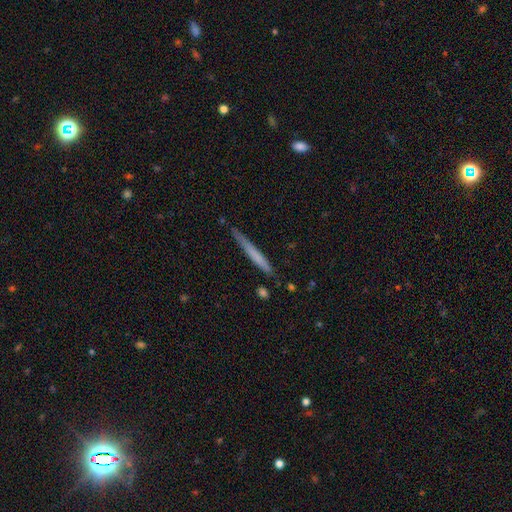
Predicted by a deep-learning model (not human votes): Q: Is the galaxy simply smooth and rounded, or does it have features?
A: smooth — 60%.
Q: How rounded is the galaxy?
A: cigar-shaped — 97%.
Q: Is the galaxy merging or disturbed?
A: none — 81%.